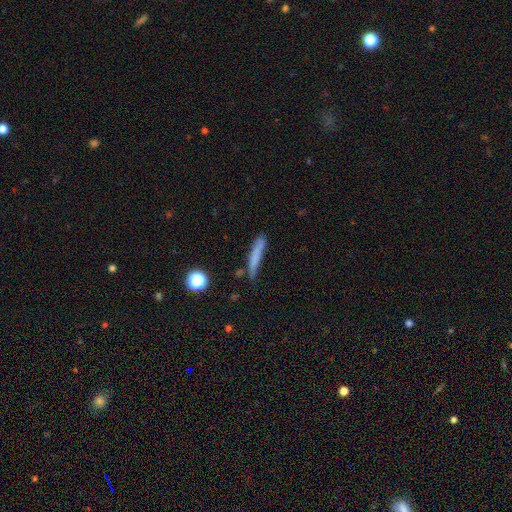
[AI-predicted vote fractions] This is likely a smooth galaxy (71%). How rounded: clearly cigar-shaped (92%). Merging: likely none (67%).